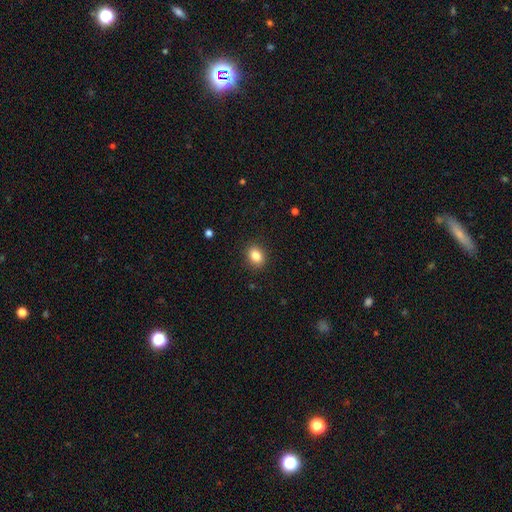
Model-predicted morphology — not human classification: This is clearly a smooth galaxy (84%). How rounded: possibly in between (53%). Merging: clearly none (89%).